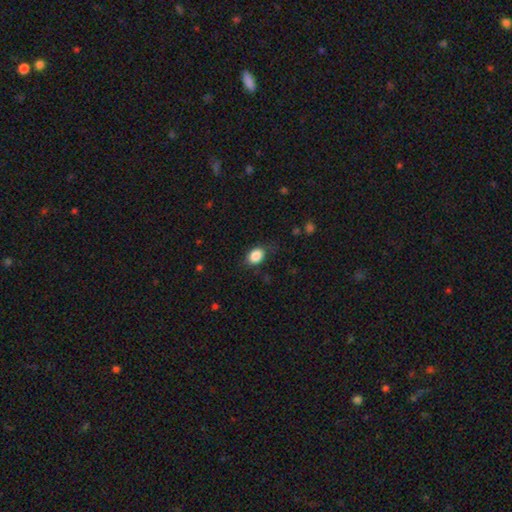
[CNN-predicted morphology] Smooth or featured?
  - smooth: 87% *
  - star or artifact: 8%
  - featured or disk: 5%
How rounded?
  - in between: 71% *
  - round: 28%
  - cigar-shaped: 1%
Merging?
  - none: 74% *
  - minor disturbance: 19%
  - major disturbance: 6%
  - merger: 1%